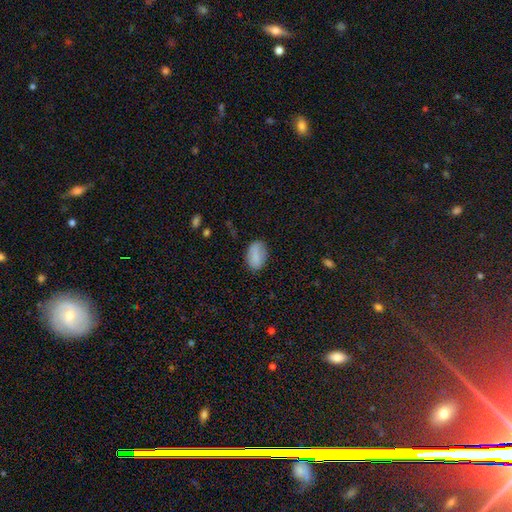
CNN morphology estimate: Smooth or featured: smooth — 83% (featured or disk — 9%)
How rounded: in between — 90% (round — 9%)
Merging: none — 80% (minor disturbance — 15%)